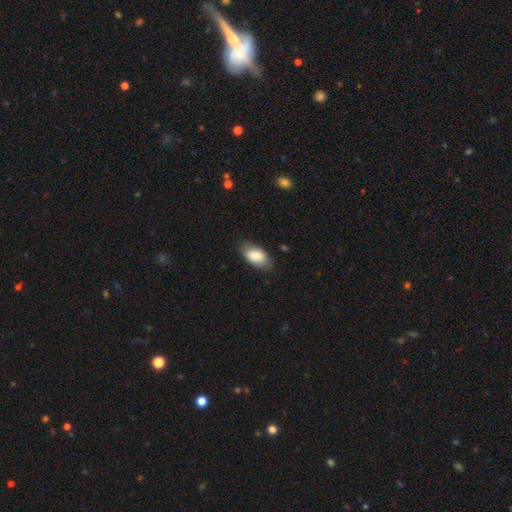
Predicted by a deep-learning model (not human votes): This is clearly a smooth galaxy (82%). How rounded: clearly in between (93%). Merging: likely none (80%).